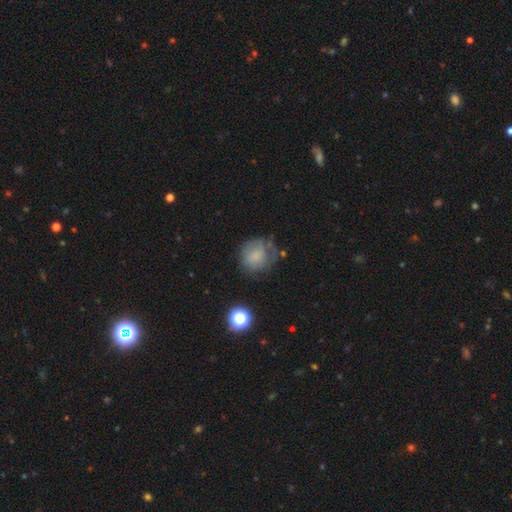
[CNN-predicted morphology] smooth-or-featured: smooth: 60% | featured or disk: 28% | star or artifact: 12%
  how-rounded: round: 79% | in between: 20% | cigar-shaped: 1%
  merging: none: 51% | minor disturbance: 27% | major disturbance: 18% | merger: 4%